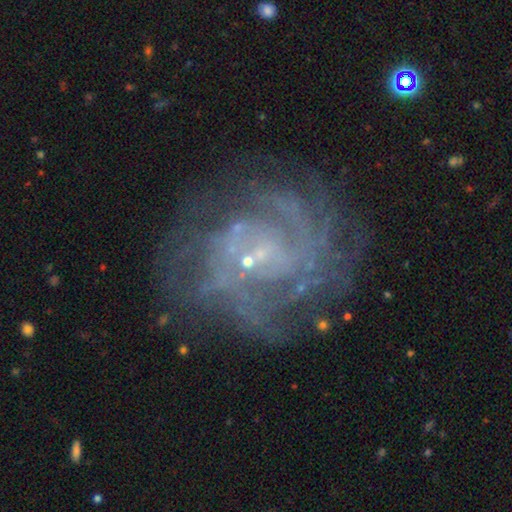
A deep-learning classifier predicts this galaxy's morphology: Overall: featured or disk (83%). Edge-on disk: no (98%). Bar: no (55%; weak 37%). Spiral arms: yes (89%). Spiral arm count: can't tell (41%; 3 15%). Spiral winding: tight (57%; medium 32%). Bulge size: small (71%). Merging: none (67%).